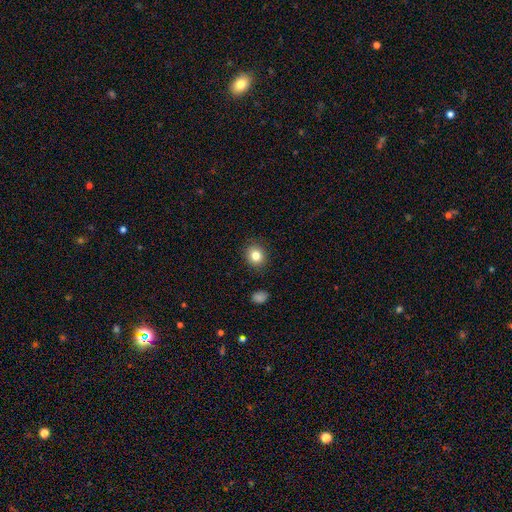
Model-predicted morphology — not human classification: smooth_or_featured: smooth (p=0.82) [alt: star or artifact p=0.11]
how_rounded: round (p=0.77) [alt: in between p=0.22]
merging: none (p=0.89) [alt: minor disturbance p=0.07]